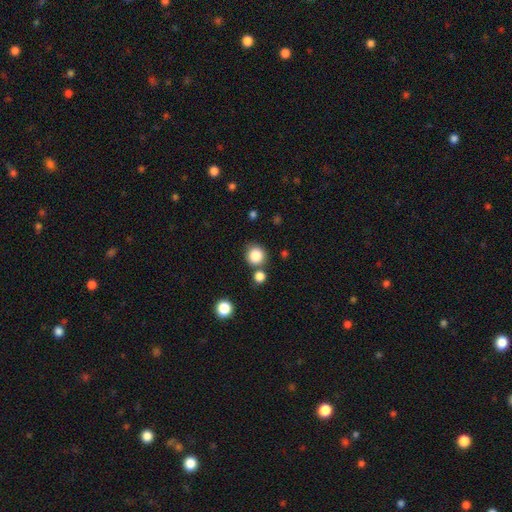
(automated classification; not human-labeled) smooth 86%, star or artifact 10%, featured or disk 4%. Down the decision tree: how rounded — round (91%); merging — none (75%).